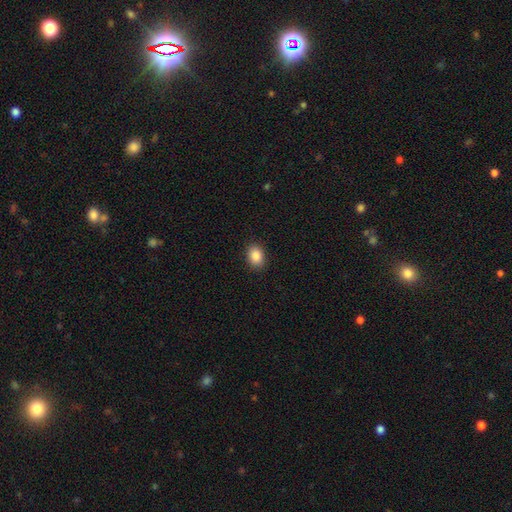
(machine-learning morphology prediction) Smooth or featured? Predicted: smooth (p=0.87). How rounded? Predicted: in between (p=0.73). Merging? Predicted: none (p=0.89).